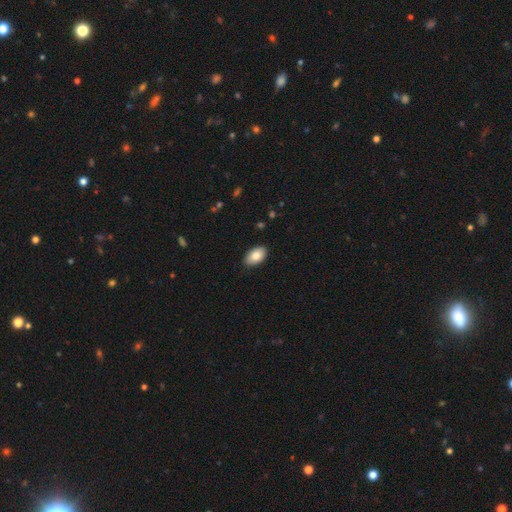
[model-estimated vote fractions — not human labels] Q: Smooth or featured?
A: smooth (82%); runner-up: featured or disk (12%)
Q: How rounded?
A: in between (94%); runner-up: round (4%)
Q: Merging?
A: none (88%); runner-up: minor disturbance (10%)